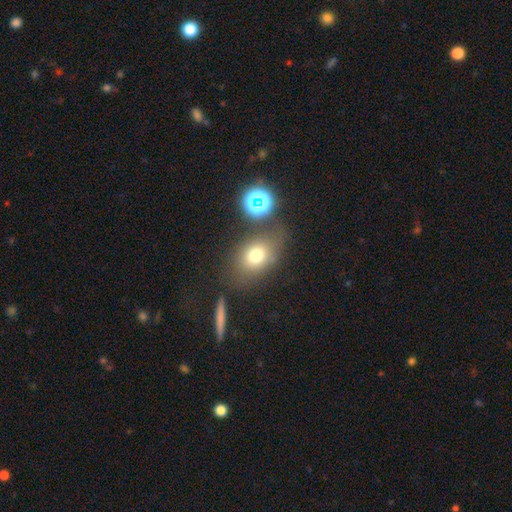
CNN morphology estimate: Q: Smooth or featured?
A: smooth (72%); runner-up: star or artifact (15%)
Q: How rounded?
A: in between (60%); runner-up: round (38%)
Q: Merging?
A: none (65%); runner-up: minor disturbance (17%)